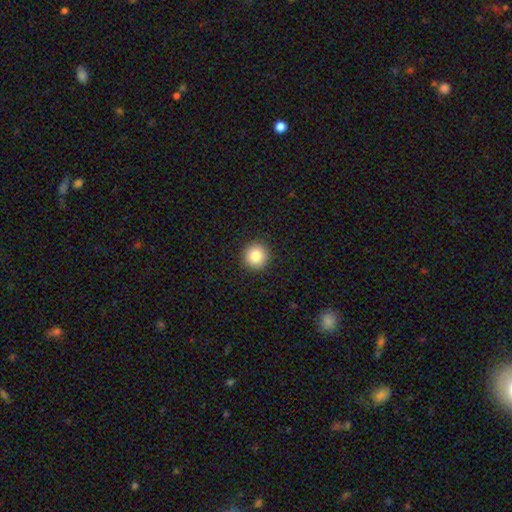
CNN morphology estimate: This is clearly a smooth galaxy (84%). How rounded: clearly round (94%). Merging: clearly none (93%).